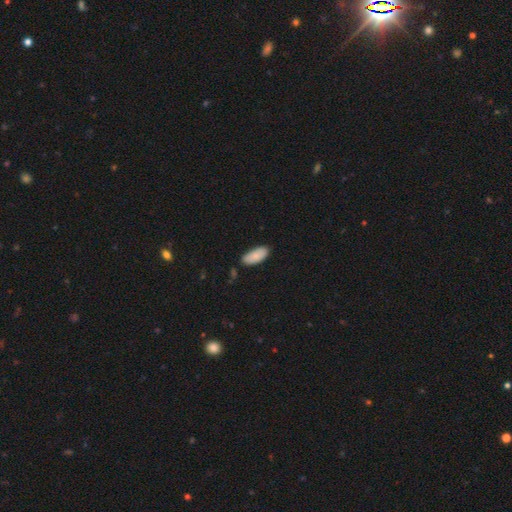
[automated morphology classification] Smooth or featured? Predicted: smooth (p=0.86). How rounded? Predicted: in between (p=0.90). Merging? Predicted: none (p=0.79).